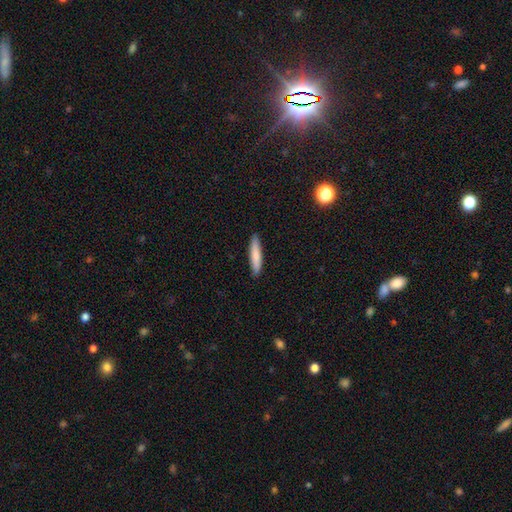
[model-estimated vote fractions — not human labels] Morphology: type=smooth (79%); roundness=cigar-shaped (86%); merging=none (89%).